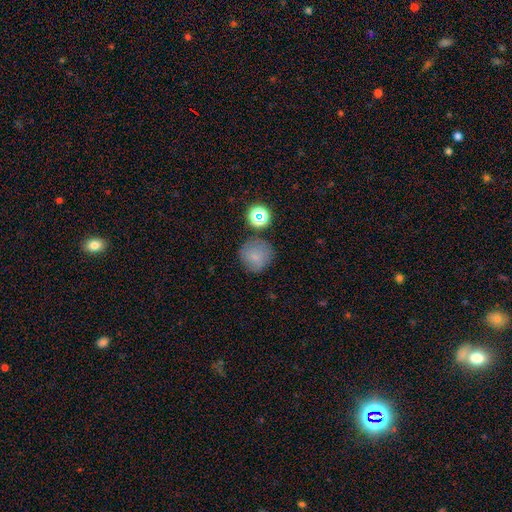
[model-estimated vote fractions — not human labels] This appears to be a smooth galaxy with no disk features (73%) that is round (91%). Merging: none (72%).